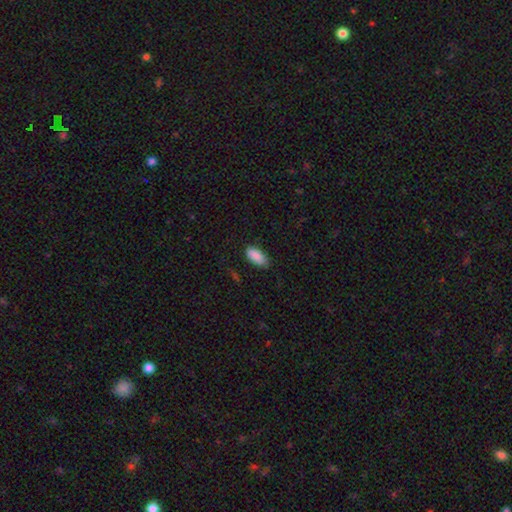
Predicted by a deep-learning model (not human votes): A smooth galaxy with no disk features (89%) that is in between round and cigar-shaped (91%).

Vote fractions:
- Smooth or featured? smooth: 89% / star or artifact: 6% / featured or disk: 4%
- How rounded? in between: 91% / cigar-shaped: 7% / round: 2%
- Merging? none: 78% / minor disturbance: 18% / major disturbance: 3% / merger: 1%